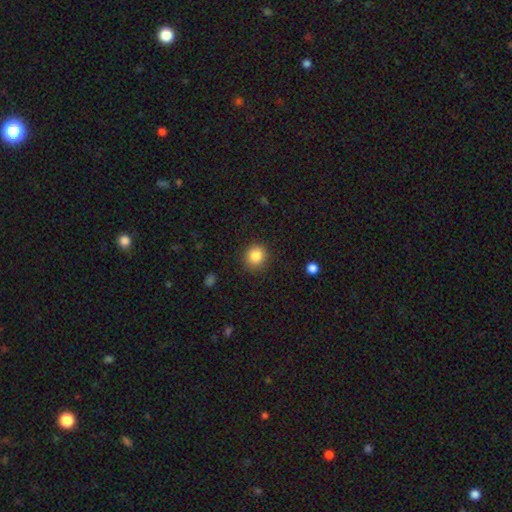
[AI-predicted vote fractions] Overall: smooth (86%). How rounded: round (89%). Merging: none (89%).